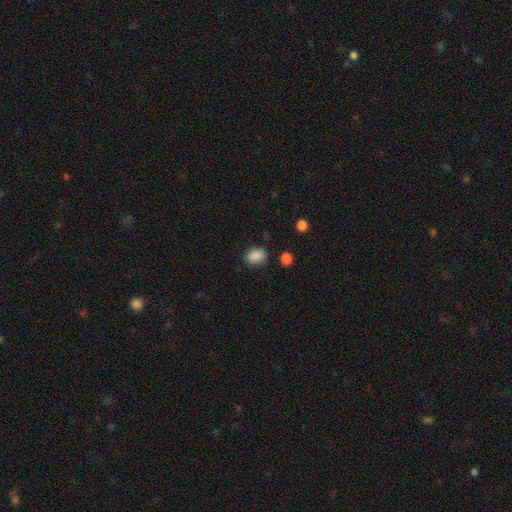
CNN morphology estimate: smooth-or-featured: smooth: 88% | star or artifact: 9% | featured or disk: 3%
  how-rounded: in between: 59% | round: 40% | cigar-shaped: 1%
  merging: none: 84% | minor disturbance: 11% | major disturbance: 3% | merger: 2%